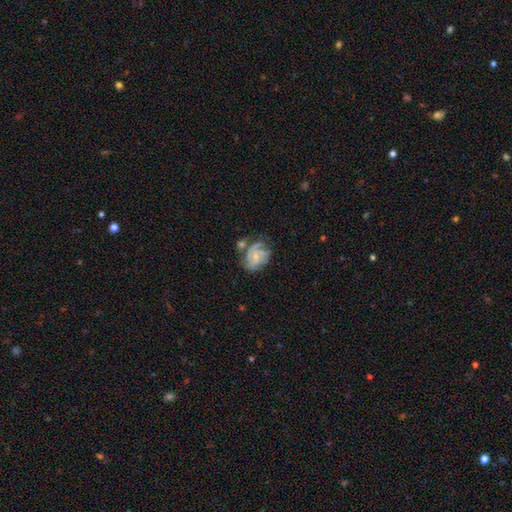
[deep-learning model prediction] smooth_or_featured: featured or disk (p=0.62) [alt: smooth p=0.29]
disk_edge_on: no (p=0.98) [alt: yes p=0.02]
bar: no (p=0.63) [alt: weak p=0.31]
has_spiral_arms: yes (p=0.81) [alt: no p=0.19]
bulge_size: small (p=0.61) [alt: moderate p=0.26]
merging: none (p=0.43) [alt: minor disturbance p=0.25]